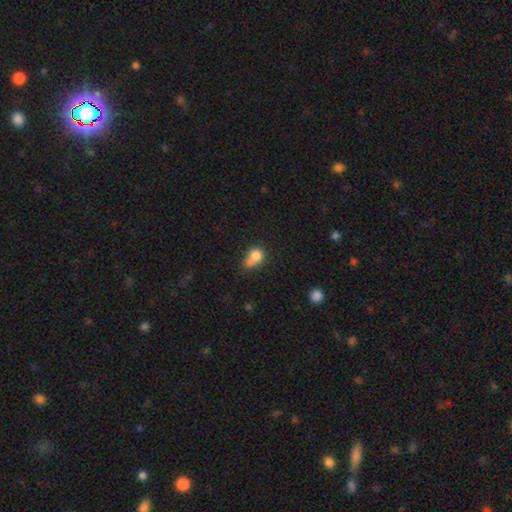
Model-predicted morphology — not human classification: Overall: smooth (79%). How rounded: in between (50%; round 48%). Merging: none (32%; minor disturbance 30%).